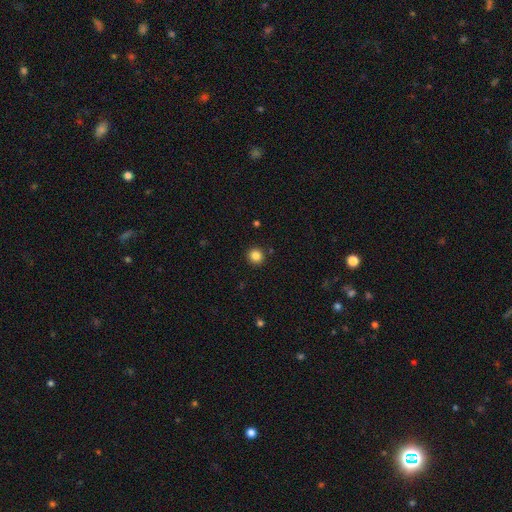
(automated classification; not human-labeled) Smooth or featured? Predicted: smooth (p=0.85). How rounded? Predicted: round (p=0.92). Merging? Predicted: none (p=0.91).